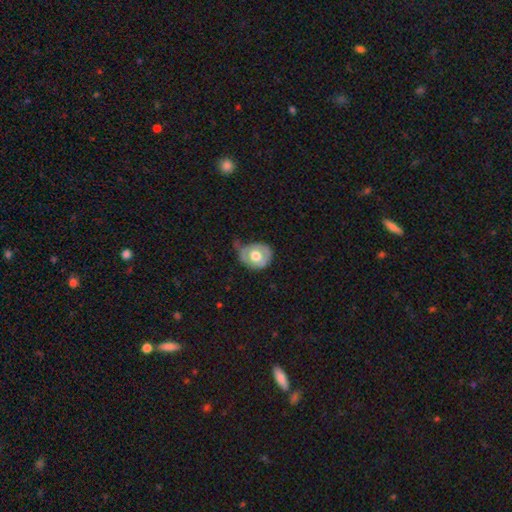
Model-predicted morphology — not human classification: type=featured or disk (47%, tied with smooth); merging=none (38%).